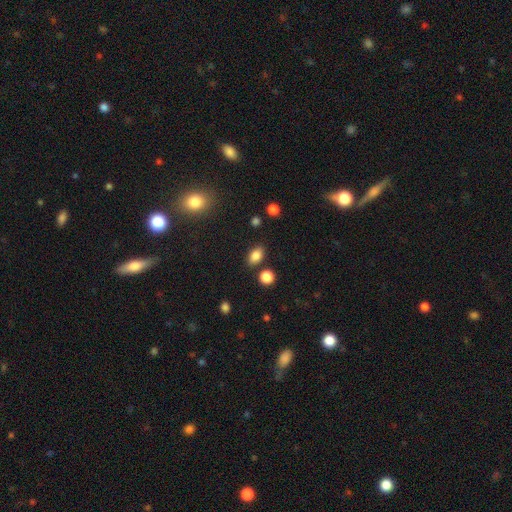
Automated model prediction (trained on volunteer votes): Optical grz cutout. It shows a smooth galaxy with no disk features (84%) that is in between round and cigar-shaped (84%). Merging: none (81%).